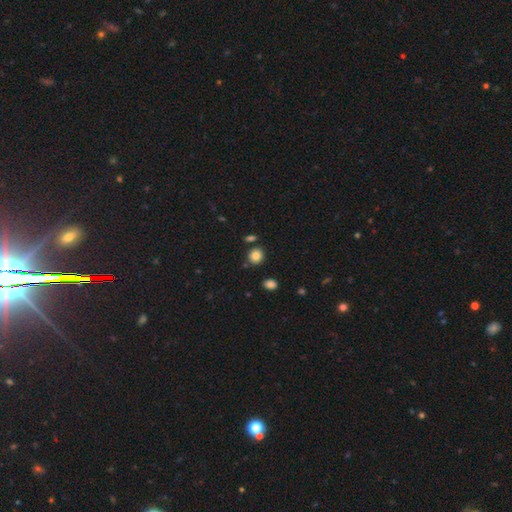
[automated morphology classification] This is clearly a smooth galaxy (84%). How rounded: clearly round (84%). Merging: clearly none (83%).